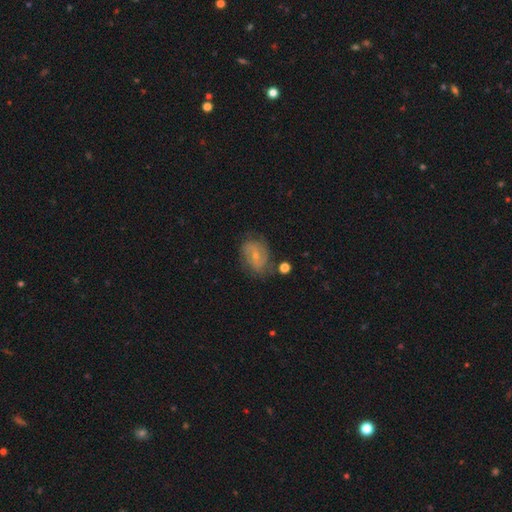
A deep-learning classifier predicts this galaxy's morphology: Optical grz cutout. It shows a featured or disk galaxy (70%) with no bar (50%), 2 (64%) medium (42%) spiral arms (87%) and a small central bulge (62%). Merging: none (68%).